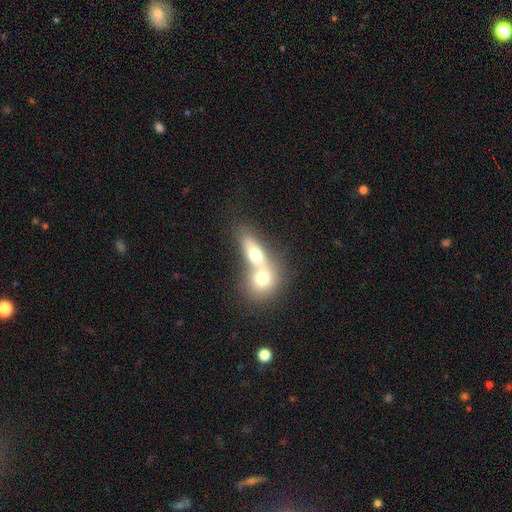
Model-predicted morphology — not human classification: A smooth galaxy with no disk features (62%) that is in between round and cigar-shaped (55%).

Vote fractions:
- Smooth or featured? smooth: 62% / featured or disk: 30% / star or artifact: 8%
- How rounded? in between: 55% / round: 31% / cigar-shaped: 14%
- Merging? merger: 75% / none: 17% / minor disturbance: 5% / major disturbance: 4%